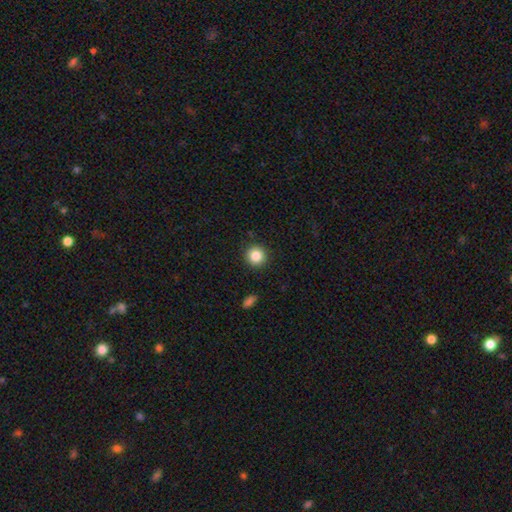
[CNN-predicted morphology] Smooth or featured?
  - smooth: 85% *
  - star or artifact: 10%
  - featured or disk: 5%
How rounded?
  - round: 93% *
  - in between: 6%
  - cigar-shaped: 1%
Merging?
  - none: 91% *
  - minor disturbance: 6%
  - major disturbance: 2%
  - merger: 1%